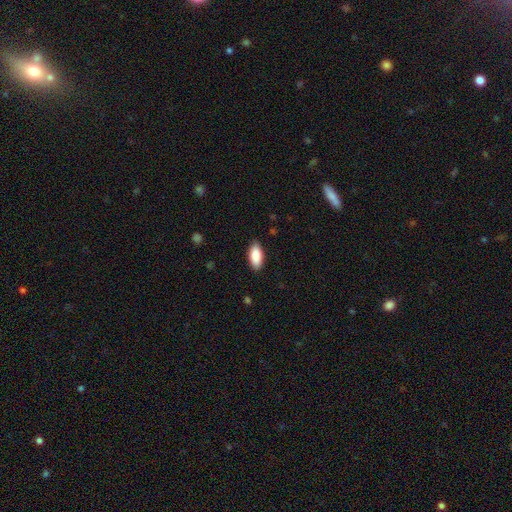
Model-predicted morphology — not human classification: Q: Smooth or featured?
A: smooth (88%); runner-up: star or artifact (6%)
Q: How rounded?
A: in between (90%); runner-up: cigar-shaped (8%)
Q: Merging?
A: none (88%); runner-up: minor disturbance (10%)